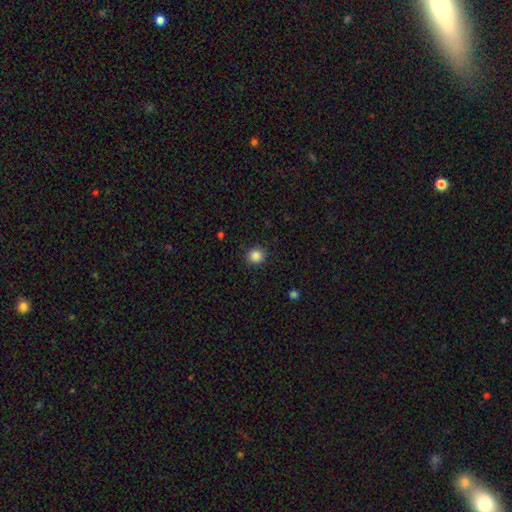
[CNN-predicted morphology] This appears to be a smooth galaxy with no disk features (87%) that is round (90%). Merging: none (91%).